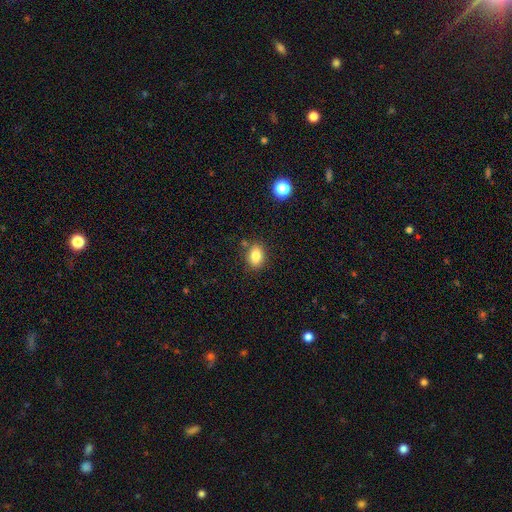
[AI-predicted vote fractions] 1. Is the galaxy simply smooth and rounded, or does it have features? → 82% smooth, 10% star or artifact, 8% featured or disk.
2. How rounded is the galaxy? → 75% in between, 24% round, 1% cigar-shaped.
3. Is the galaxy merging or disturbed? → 82% none, 11% minor disturbance, 4% merger, 3% major disturbance.